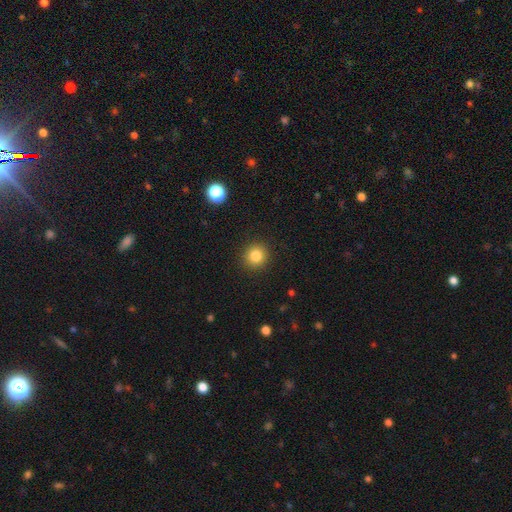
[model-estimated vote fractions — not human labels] Overall: smooth (82%). How rounded: round (92%). Merging: none (91%).